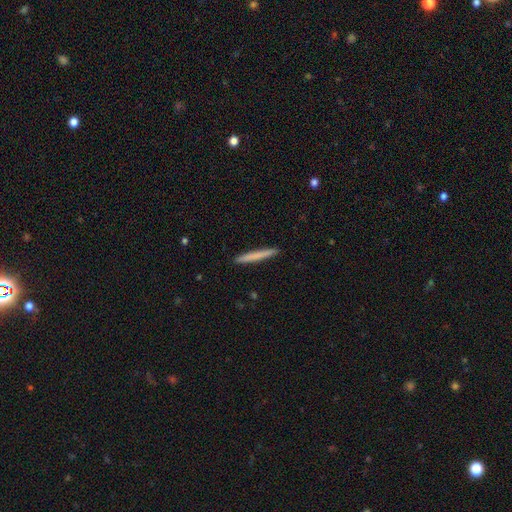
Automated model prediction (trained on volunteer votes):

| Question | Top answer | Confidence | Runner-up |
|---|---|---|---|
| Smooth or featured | smooth | 73% | featured or disk (21%) |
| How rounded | cigar-shaped | 97% | in between (2%) |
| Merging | none | 93% | minor disturbance (5%) |